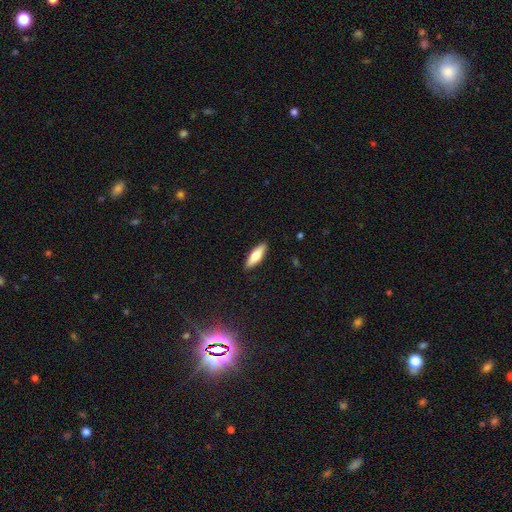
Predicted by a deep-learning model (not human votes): smooth_or_featured: smooth (p=0.70) [alt: featured or disk p=0.24]
how_rounded: in between (p=0.50) [alt: cigar-shaped p=0.48]
merging: none (p=0.90) [alt: minor disturbance p=0.07]